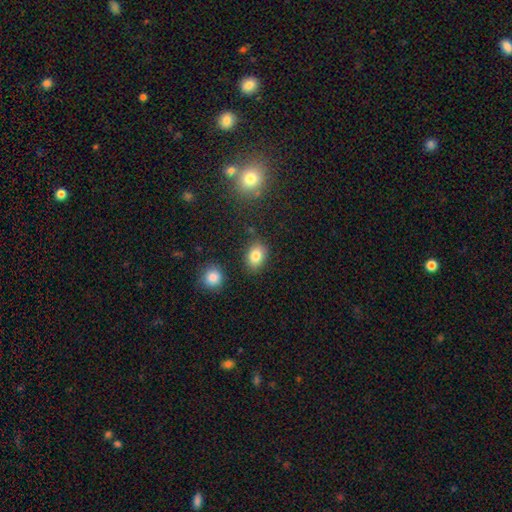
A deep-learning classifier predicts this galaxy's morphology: type=smooth (82%); roundness=in between (70%); merging=none (81%).